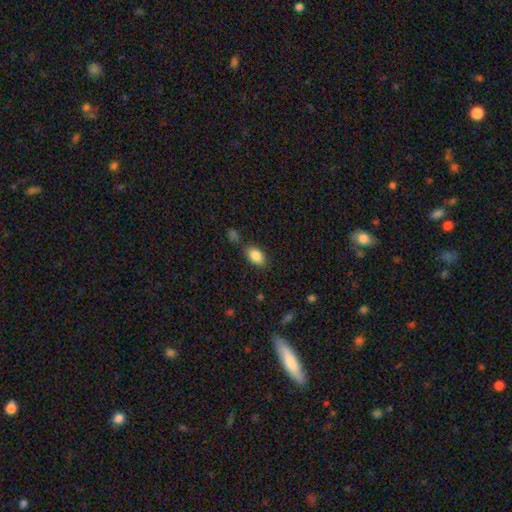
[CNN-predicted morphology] smooth 85%, star or artifact 8%, featured or disk 7%. Down the decision tree: how rounded — in between (89%); merging — none (75%).